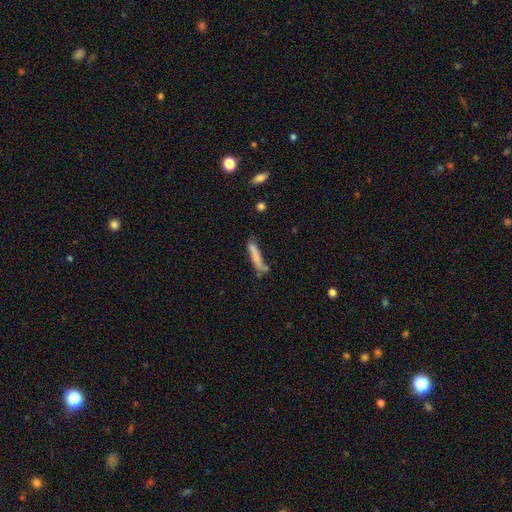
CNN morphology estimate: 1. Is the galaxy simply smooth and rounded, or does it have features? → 74% smooth, 19% featured or disk, 8% star or artifact.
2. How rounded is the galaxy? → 88% cigar-shaped, 11% in between, 2% round.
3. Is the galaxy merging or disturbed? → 51% none, 26% minor disturbance, 11% merger, 11% major disturbance.